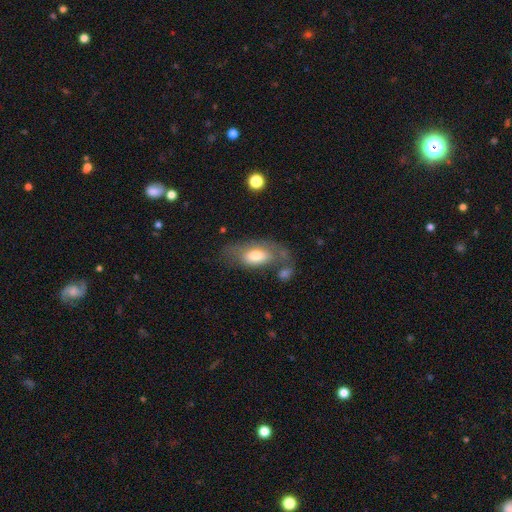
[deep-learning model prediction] Q: Smooth or featured?
A: smooth (65%); runner-up: featured or disk (28%)
Q: How rounded?
A: in between (88%); runner-up: cigar-shaped (8%)
Q: Merging?
A: none (47%); runner-up: minor disturbance (23%)